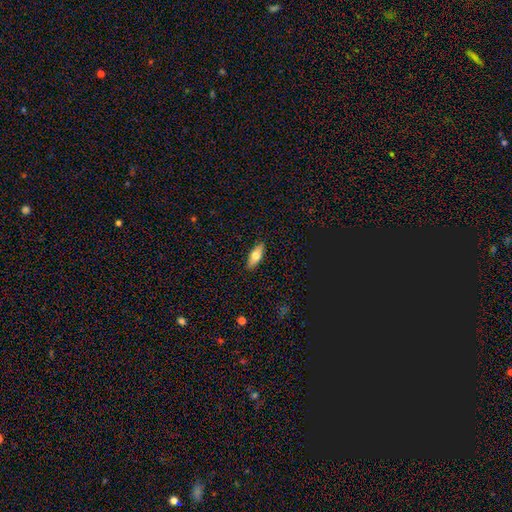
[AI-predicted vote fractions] A smooth galaxy with no disk features (66%) that is in between round and cigar-shaped (69%). Merging: none (89%).